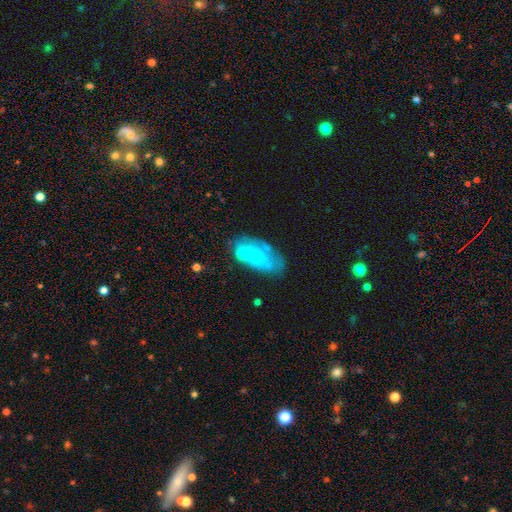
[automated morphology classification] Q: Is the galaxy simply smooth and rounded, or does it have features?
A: smooth — 49%.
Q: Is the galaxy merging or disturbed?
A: none — 43%.